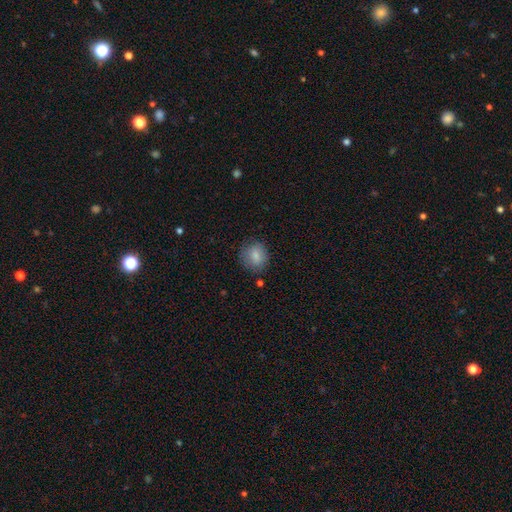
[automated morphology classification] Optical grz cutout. It shows a smooth galaxy with no disk features (83%) that is round (69%). Merging: none (79%).